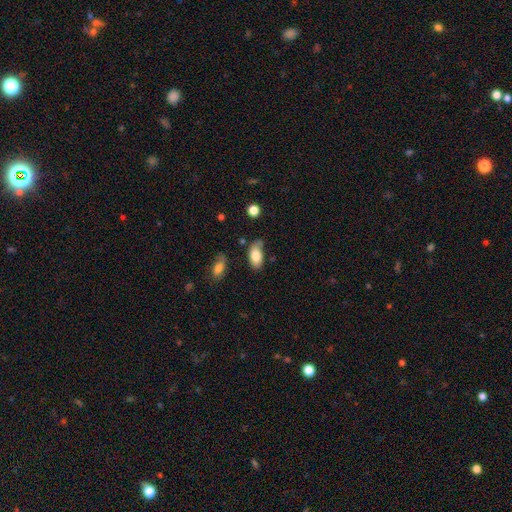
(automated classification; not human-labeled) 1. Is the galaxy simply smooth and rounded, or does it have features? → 80% smooth, 13% featured or disk, 7% star or artifact.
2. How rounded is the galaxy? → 93% in between, 4% round, 4% cigar-shaped.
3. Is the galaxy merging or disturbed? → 54% none, 32% minor disturbance, 9% major disturbance, 5% merger.